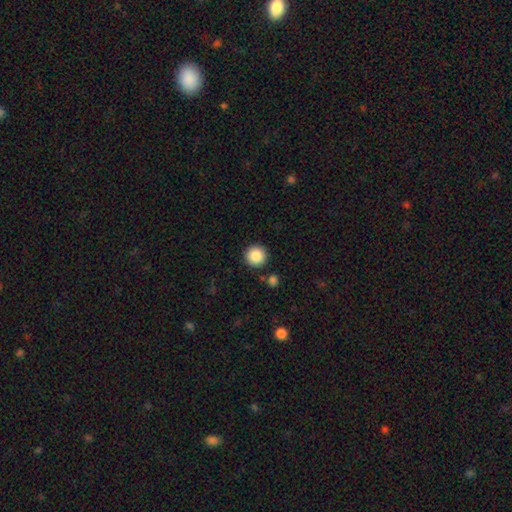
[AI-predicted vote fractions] Smooth or featured? smooth (87%)
How rounded? round (96%)
Merging? none (89%)